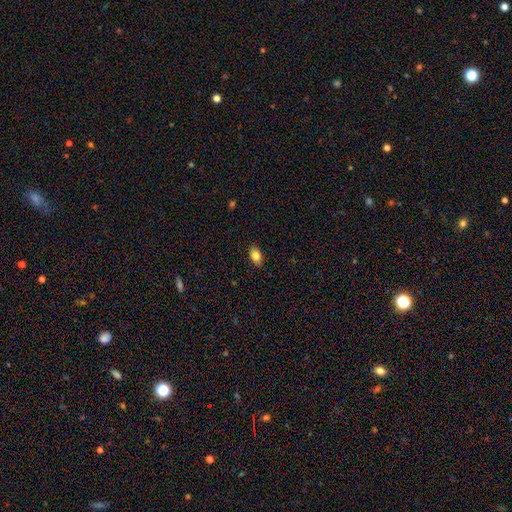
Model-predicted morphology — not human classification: smooth_or_featured: smooth (p=0.82) [alt: featured or disk p=0.09]
how_rounded: in between (p=0.85) [alt: round p=0.12]
merging: none (p=0.86) [alt: minor disturbance p=0.11]